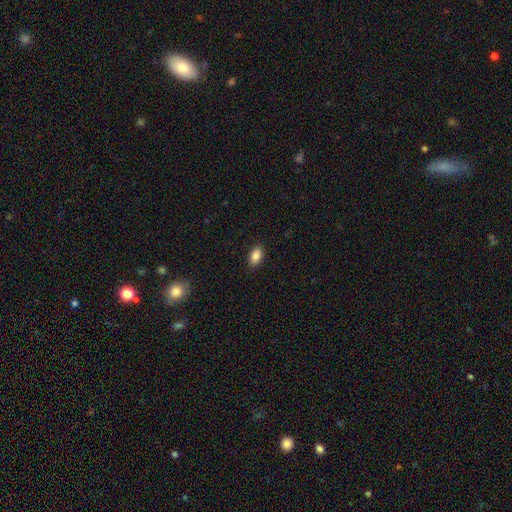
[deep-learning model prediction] Q: Smooth or featured?
A: smooth (87%); runner-up: star or artifact (8%)
Q: How rounded?
A: in between (91%); runner-up: round (7%)
Q: Merging?
A: none (89%); runner-up: minor disturbance (8%)